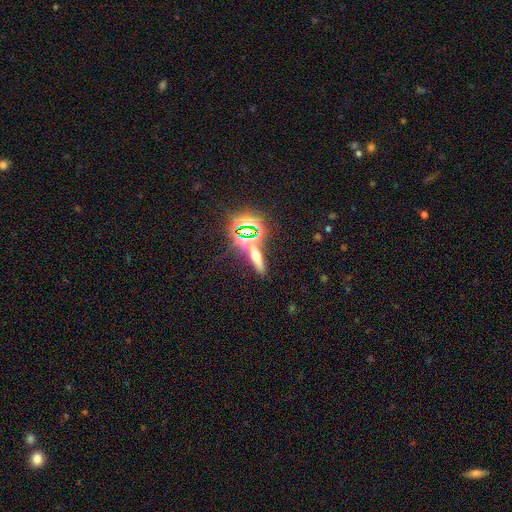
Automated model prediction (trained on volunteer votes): This appears to be a smooth galaxy with no disk features (38%). Merging: none (74%).